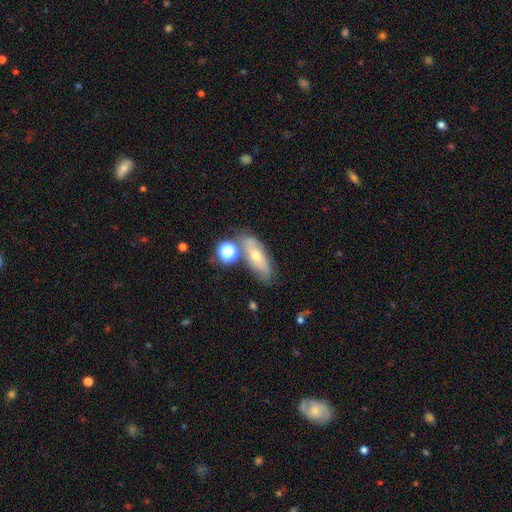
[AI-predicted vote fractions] smooth-or-featured: featured or disk: 48% | smooth: 40% | star or artifact: 12%
  merging: none: 66% | minor disturbance: 17% | merger: 11% | major disturbance: 6%